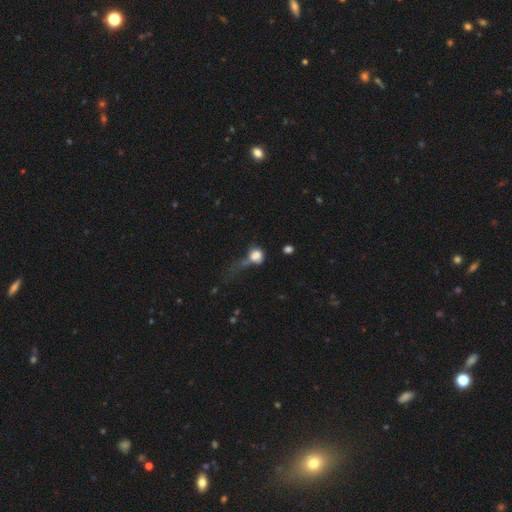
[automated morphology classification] smooth_or_featured: smooth (p=0.70) [alt: featured or disk p=0.18]
how_rounded: round (p=0.54) [alt: in between p=0.43]
merging: major disturbance (p=0.49) [alt: merger p=0.18]